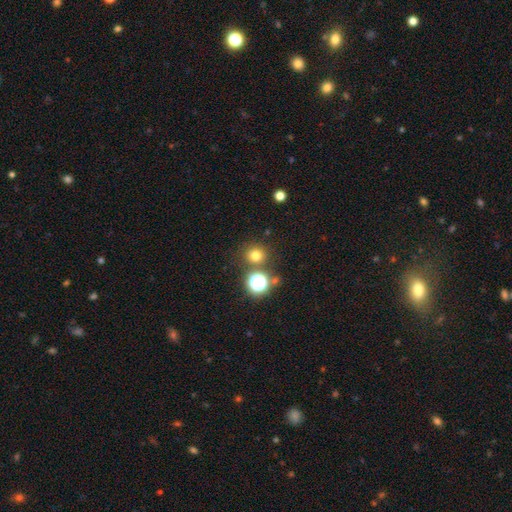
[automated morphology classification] Overall: smooth (73%). How rounded: round (91%). Merging: none (81%).